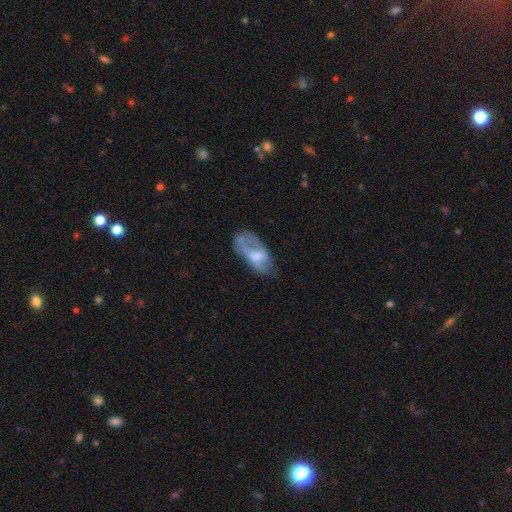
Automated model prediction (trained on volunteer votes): A featured or disk galaxy (46%, tied with smooth).

Vote fractions:
- Smooth or featured? featured or disk: 46% (tied) / smooth: 46% (tied) / star or artifact: 8%
- Merging? none: 40% / minor disturbance: 28% / major disturbance: 27% / merger: 6%